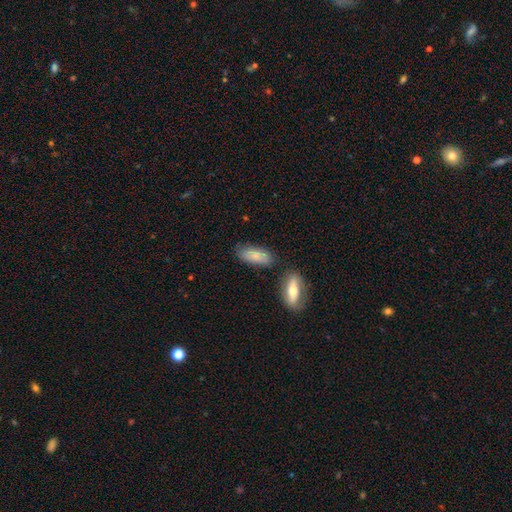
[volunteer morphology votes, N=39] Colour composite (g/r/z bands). It shows a smooth galaxy with no disk features (62%) that is in between round and cigar-shaped (58%). Merging: none (69%).